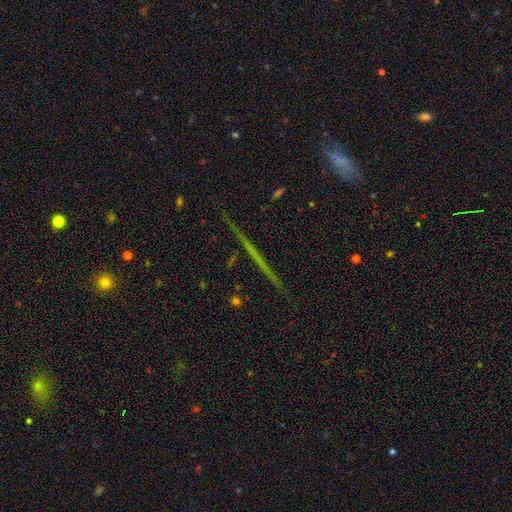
This is likely a featured or disk galaxy (72%). It is clearly viewed edge-on (97%). Edge-on bulge: clearly none (93%). Merging: clearly none (91%).